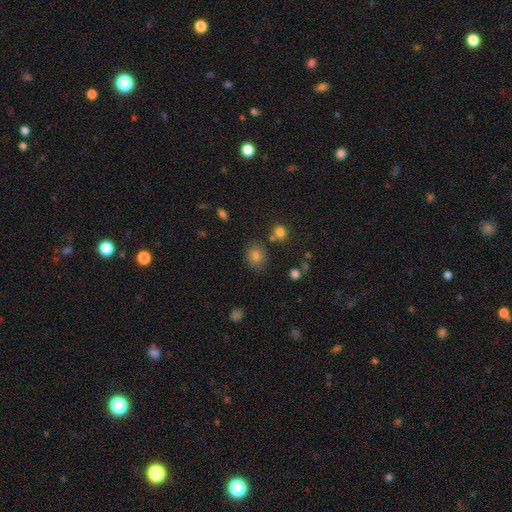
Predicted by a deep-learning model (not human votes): Smooth or featured? Predicted: smooth (p=0.79). How rounded? Predicted: round (p=0.66). Merging? Predicted: none (p=0.79).